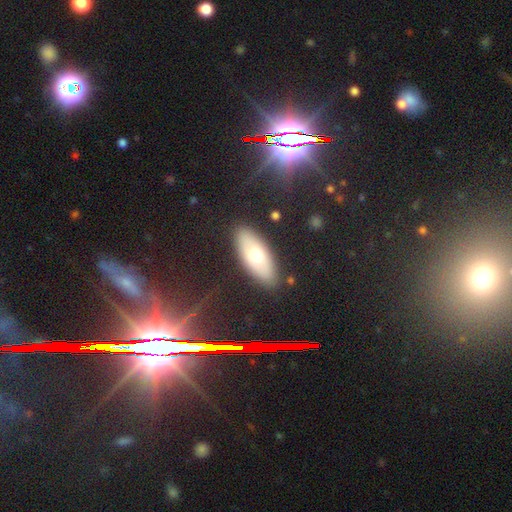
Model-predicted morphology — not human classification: Smooth or featured? Predicted: smooth (p=0.63). How rounded? Predicted: in between (p=0.80). Merging? Predicted: none (p=0.86).